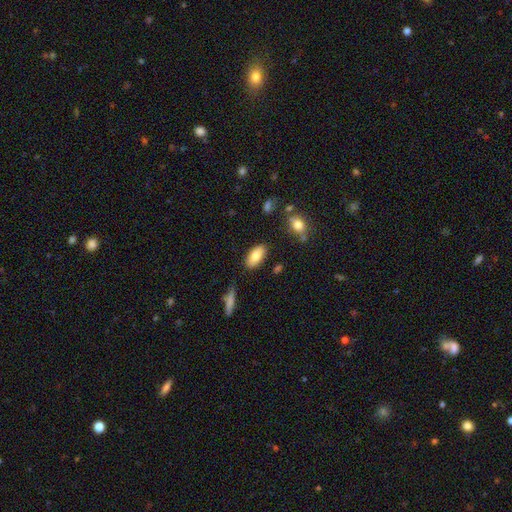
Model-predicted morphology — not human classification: smooth_or_featured: smooth (p=0.82) [alt: featured or disk p=0.11]
how_rounded: in between (p=0.91) [alt: cigar-shaped p=0.07]
merging: none (p=0.83) [alt: minor disturbance p=0.12]